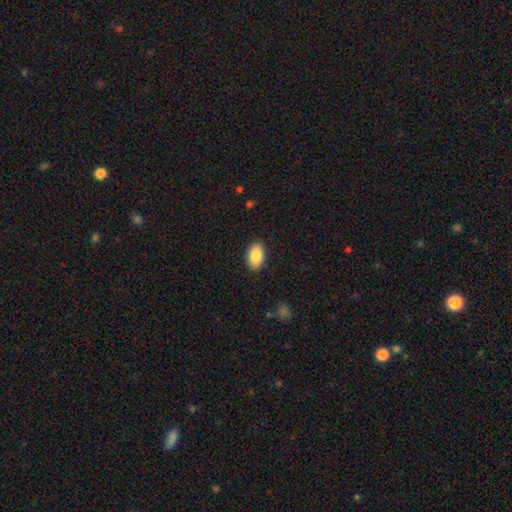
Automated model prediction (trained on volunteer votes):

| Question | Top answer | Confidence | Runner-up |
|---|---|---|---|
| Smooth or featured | smooth | 87% | star or artifact (7%) |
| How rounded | in between | 93% | round (5%) |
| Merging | none | 89% | minor disturbance (8%) |